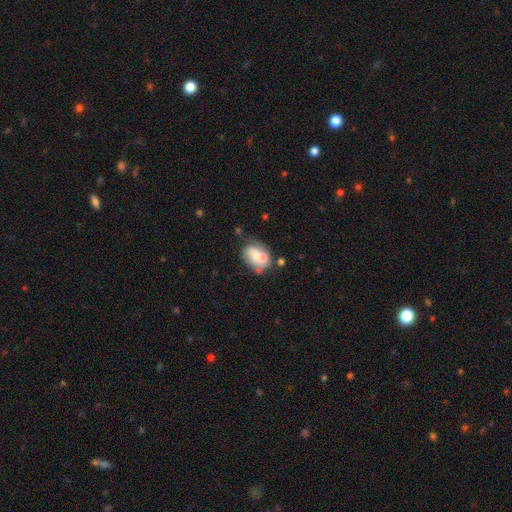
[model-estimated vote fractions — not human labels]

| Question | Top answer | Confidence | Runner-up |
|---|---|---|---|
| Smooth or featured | smooth | 62% | featured or disk (30%) |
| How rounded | in between | 80% | round (18%) |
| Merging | none | 35% | merger (30%) |